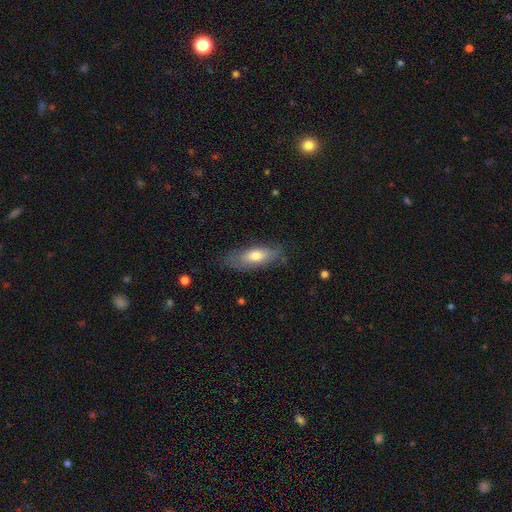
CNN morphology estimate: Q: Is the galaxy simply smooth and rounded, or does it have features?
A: smooth — 69%.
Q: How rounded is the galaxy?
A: in between — 71%.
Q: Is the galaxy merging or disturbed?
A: none — 74%.